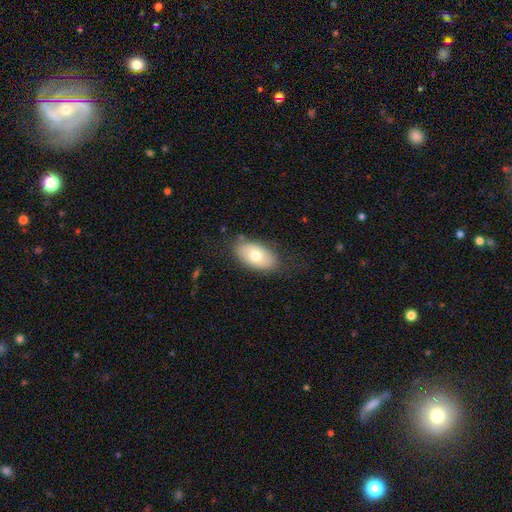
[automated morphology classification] A smooth galaxy with no disk features (71%) that is in between round and cigar-shaped (93%).

Vote fractions:
- Smooth or featured? smooth: 71% / featured or disk: 22% / star or artifact: 7%
- How rounded? in between: 93% / round: 6% / cigar-shaped: 2%
- Merging? none: 77% / minor disturbance: 17% / major disturbance: 5% / merger: 2%